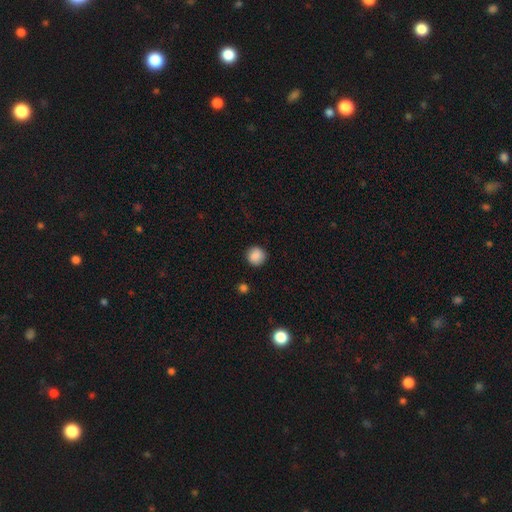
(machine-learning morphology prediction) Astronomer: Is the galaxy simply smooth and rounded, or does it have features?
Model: smooth — 86%.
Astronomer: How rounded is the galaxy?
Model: round — 93%.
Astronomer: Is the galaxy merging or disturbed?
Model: none — 89%.